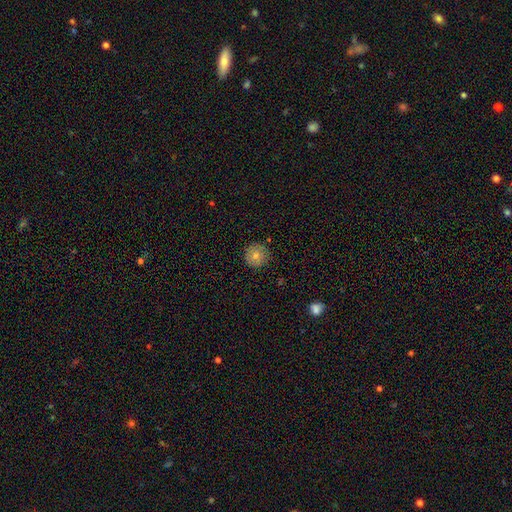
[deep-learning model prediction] Smooth or featured? smooth (76%)
How rounded? round (95%)
Merging? none (86%)